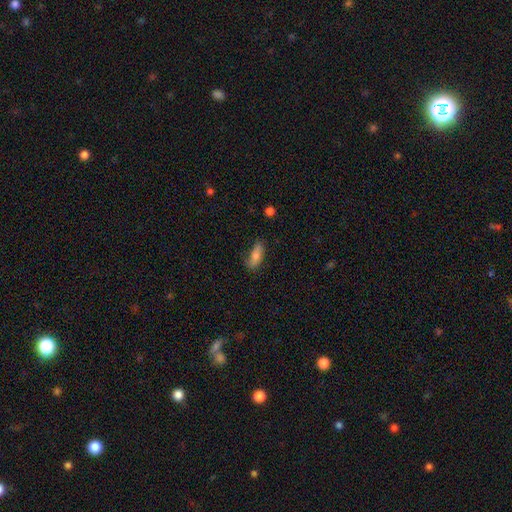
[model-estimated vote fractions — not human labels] smooth 73%, featured or disk 20%, star or artifact 7%. Down the decision tree: how rounded — in between (66%); merging — none (71%).